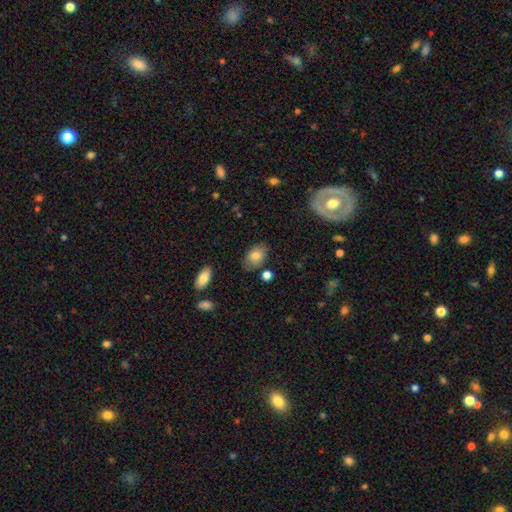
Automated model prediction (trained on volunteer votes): This appears to be a smooth galaxy with no disk features (80%) that is in between round and cigar-shaped (87%). Merging: none (77%).